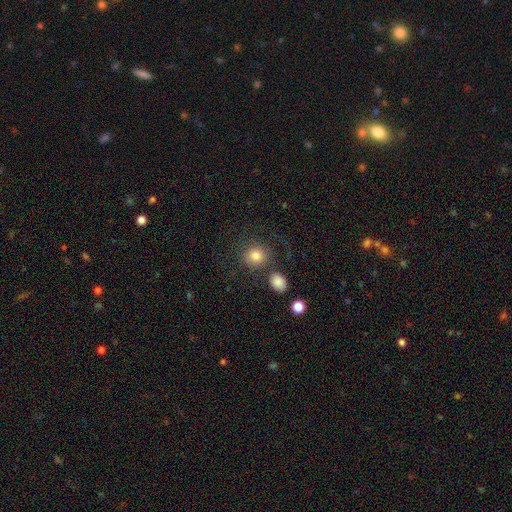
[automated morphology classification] The model was most divided on "merging": none: 73%, minor disturbance: 11%, merger: 10%, major disturbance: 6%. More confident: how rounded — round (83%); smooth or featured — smooth (82%).